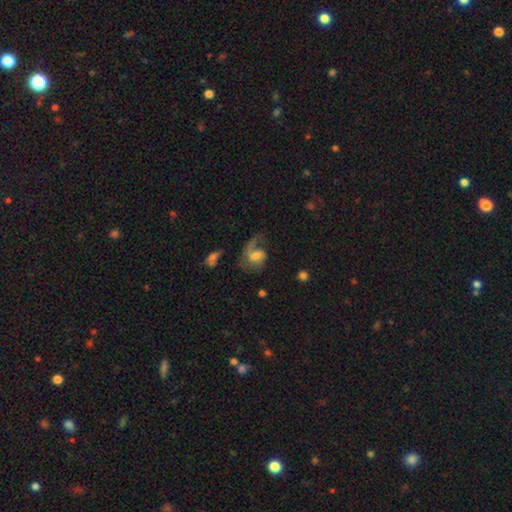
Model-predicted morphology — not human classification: featured or disk 71%, smooth 22%, star or artifact 8%. Down the decision tree: edge-on disk — no (97%); bar — no (47%); spiral arms — yes (89%); spiral arm count — 1 (59%); spiral winding — loose (50%); bulge size — moderate (53%); merging — none (39%).